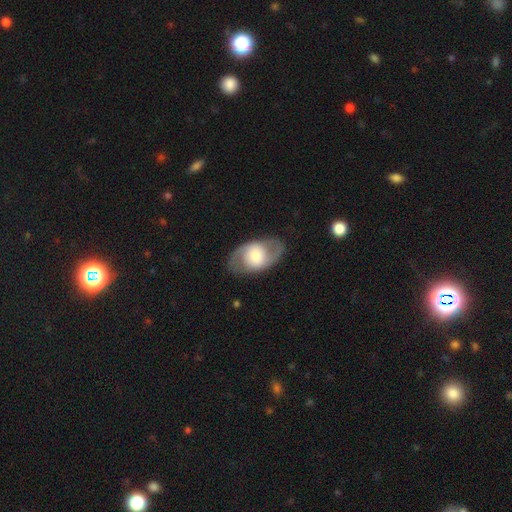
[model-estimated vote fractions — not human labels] Q: Smooth or featured?
A: featured or disk (62%); runner-up: smooth (32%)
Q: Edge-on disk?
A: no (92%); runner-up: yes (8%)
Q: Bar?
A: no (62%); runner-up: weak (28%)
Q: Spiral arms?
A: yes (72%); runner-up: no (28%)
Q: Bulge size?
A: moderate (44%); runner-up: large (28%)
Q: Merging?
A: none (81%); runner-up: minor disturbance (11%)